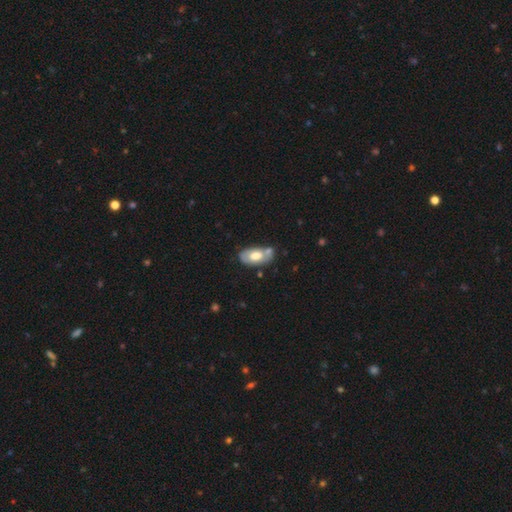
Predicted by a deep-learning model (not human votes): Morphology: type=smooth (55%); roundness=in between (93%); merging=none (47%).